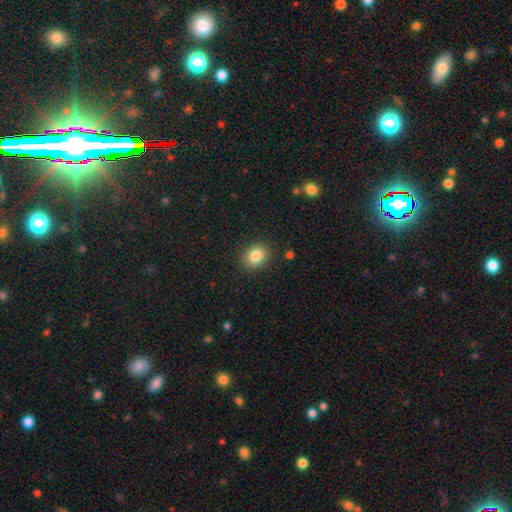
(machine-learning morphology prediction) Smooth or featured? Predicted: smooth (p=0.84). How rounded? Predicted: in between (p=0.55). Merging? Predicted: none (p=0.88).